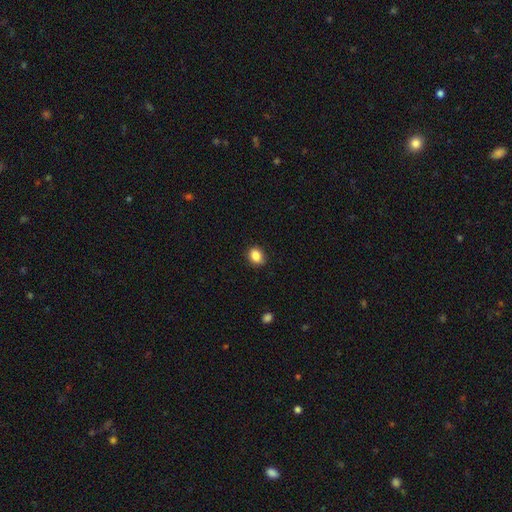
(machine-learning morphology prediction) smooth 87%, star or artifact 9%, featured or disk 4%. Down the decision tree: how rounded — in between (51%); merging — none (86%).